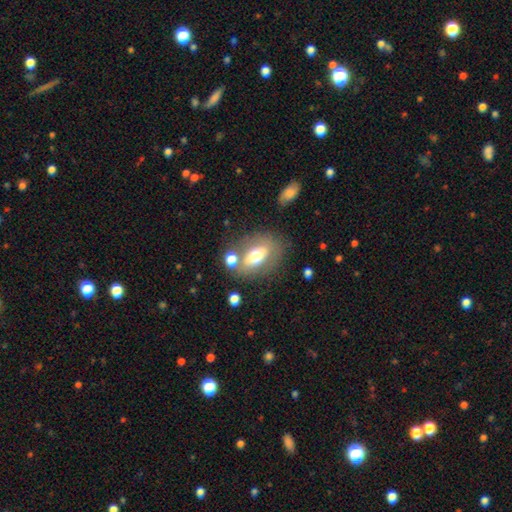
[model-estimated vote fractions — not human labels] Smooth or featured? smooth (57%)
How rounded? in between (81%)
Merging? none (60%)